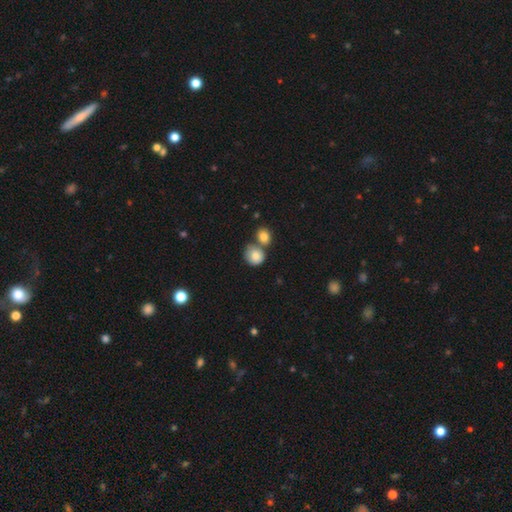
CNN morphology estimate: Smooth or featured? Predicted: smooth (p=0.83). How rounded? Predicted: round (p=0.79). Merging? Predicted: none (p=0.45).